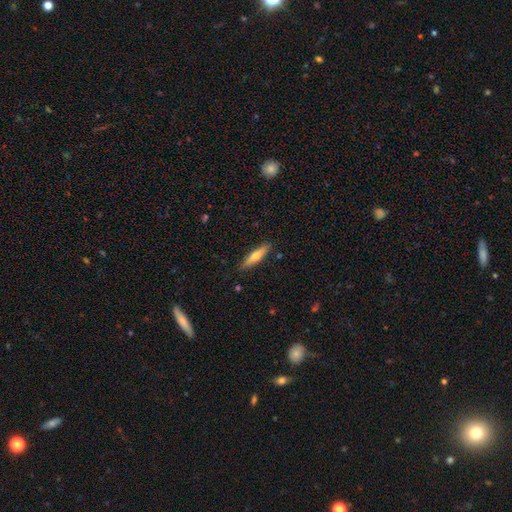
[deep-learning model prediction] smooth_or_featured: smooth (p=0.57) [alt: featured or disk p=0.37]
how_rounded: cigar-shaped (p=0.76) [alt: in between p=0.22]
merging: none (p=0.86) [alt: minor disturbance p=0.10]